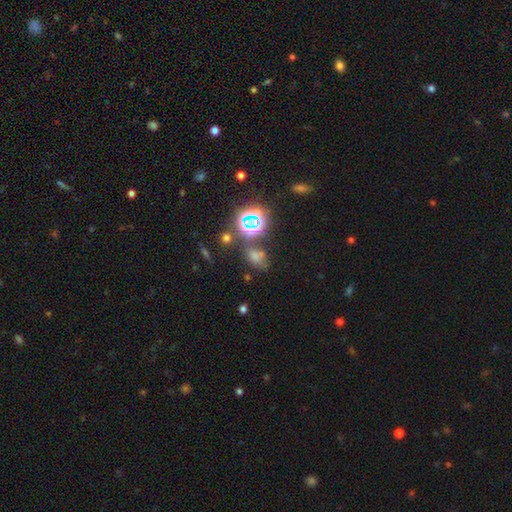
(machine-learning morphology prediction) Smooth or featured? Predicted: smooth (p=0.52). How rounded? Predicted: in between (p=0.63). Merging? Predicted: none (p=0.55).